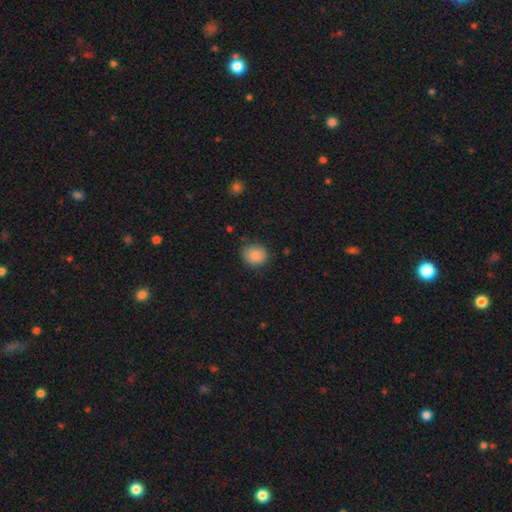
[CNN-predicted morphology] The model was most divided on "how rounded": round: 72%, in between: 27%, cigar-shaped: 1%. More confident: smooth or featured — smooth (85%); merging — none (81%).